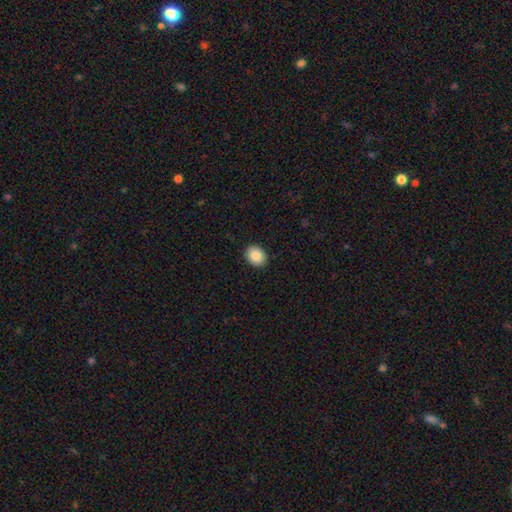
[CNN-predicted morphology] A smooth galaxy with no disk features (88%) that is round (53%). Merging: none (91%).